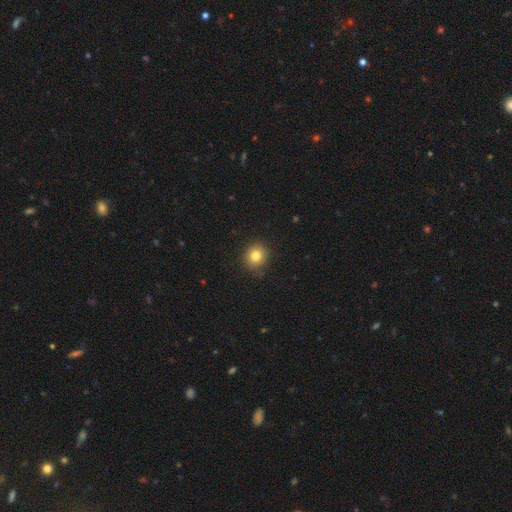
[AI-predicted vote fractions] Overall: smooth (82%). How rounded: round (81%). Merging: none (87%).